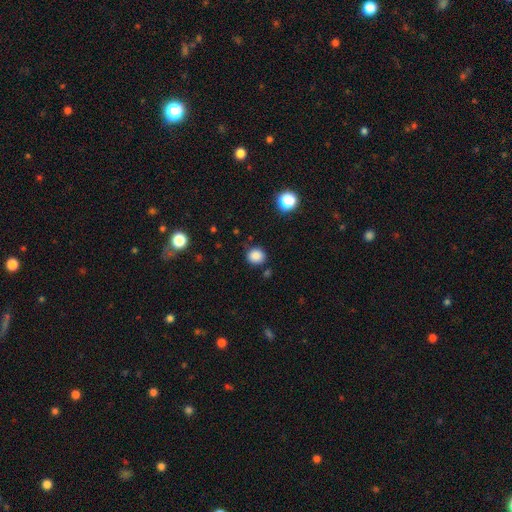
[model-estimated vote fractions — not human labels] smooth_or_featured: smooth (p=0.85) [alt: star or artifact p=0.11]
how_rounded: round (p=0.85) [alt: in between p=0.14]
merging: none (p=0.84) [alt: minor disturbance p=0.10]